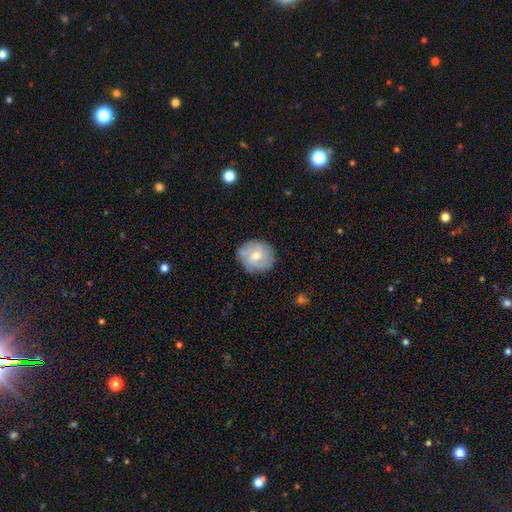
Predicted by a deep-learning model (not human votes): Smooth or featured? Predicted: featured or disk (p=0.48). Merging? Predicted: none (p=0.79).